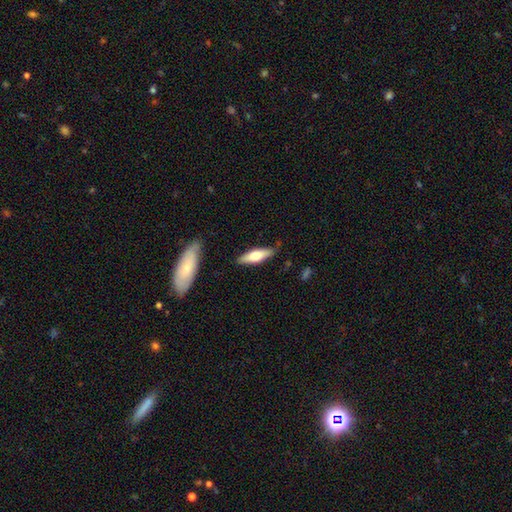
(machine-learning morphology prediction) The model was most divided on "smooth or featured": smooth: 53%, featured or disk: 41%, star or artifact: 6%. More confident: merging — none (84%); how rounded — cigar-shaped (59%).